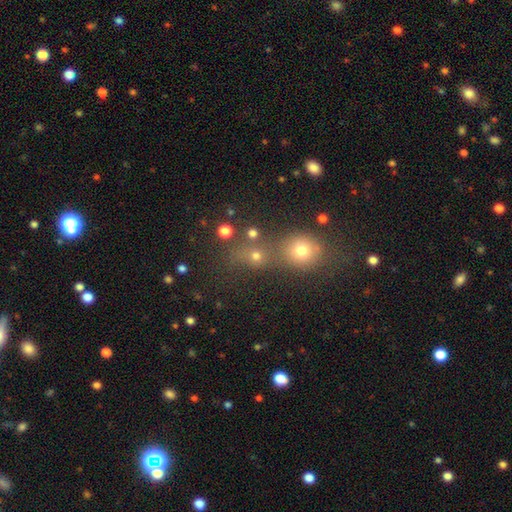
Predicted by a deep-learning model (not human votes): A smooth galaxy with no disk features (64%) that is round (79%).

Vote fractions:
- Smooth or featured? smooth: 64% / star or artifact: 25% / featured or disk: 11%
- How rounded? round: 79% / in between: 19% / cigar-shaped: 2%
- Merging? none: 47% / merger: 38% / minor disturbance: 9% / major disturbance: 6%